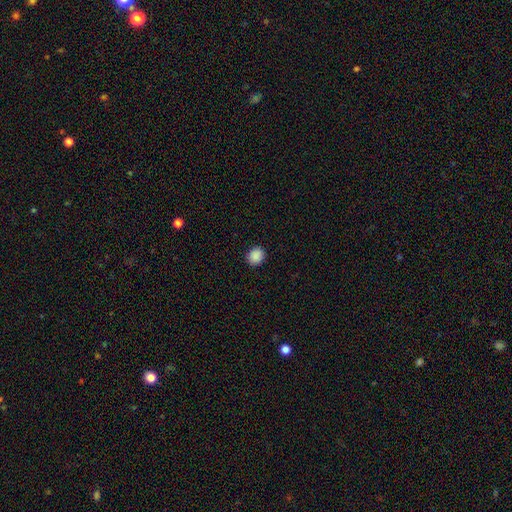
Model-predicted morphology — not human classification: Smooth or featured? Predicted: smooth (p=0.89). How rounded? Predicted: round (p=0.74). Merging? Predicted: none (p=0.90).